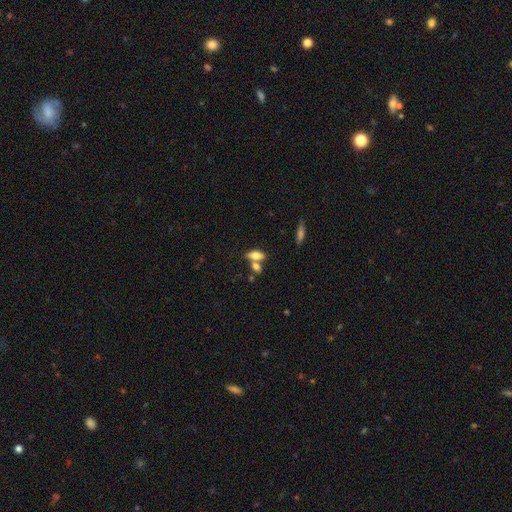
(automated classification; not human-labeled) Q: Smooth or featured?
A: smooth (68%); runner-up: featured or disk (23%)
Q: How rounded?
A: in between (77%); runner-up: cigar-shaped (17%)
Q: Merging?
A: none (44%); runner-up: merger (40%)